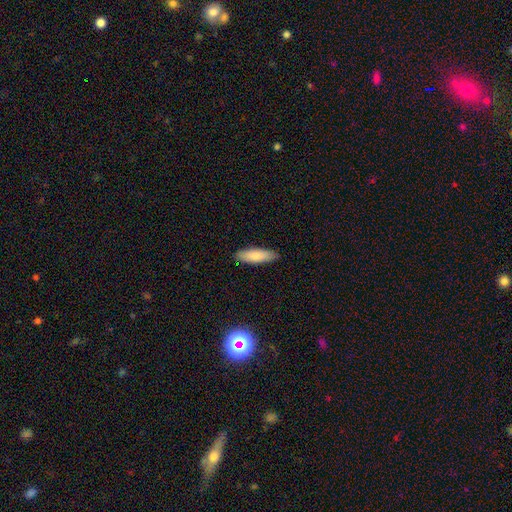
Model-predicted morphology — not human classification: smooth-or-featured: smooth: 84% | featured or disk: 10% | star or artifact: 6%
  how-rounded: cigar-shaped: 55% | in between: 43% | round: 1%
  merging: none: 89% | minor disturbance: 9% | major disturbance: 2% | merger: 1%